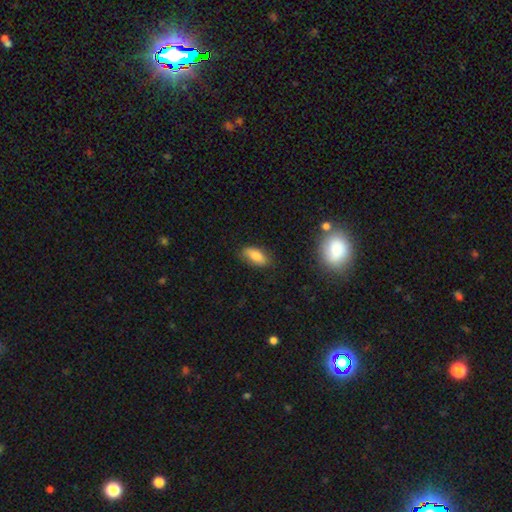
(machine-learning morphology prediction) This is likely a smooth galaxy (79%). How rounded: clearly in between (86%). Merging: likely none (79%).